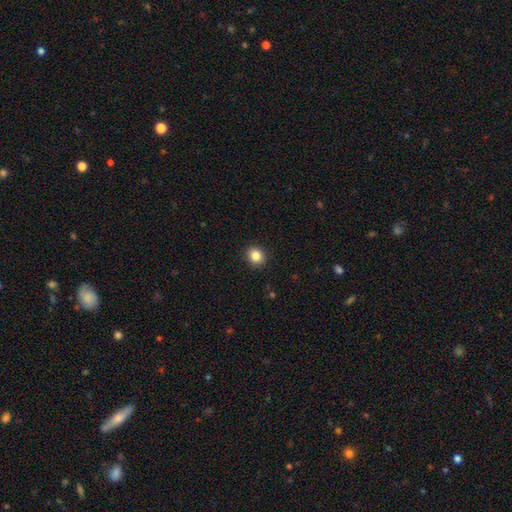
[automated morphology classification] smooth-or-featured: smooth: 84% | star or artifact: 11% | featured or disk: 5%
  how-rounded: round: 72% | in between: 27% | cigar-shaped: 1%
  merging: none: 91% | minor disturbance: 6% | major disturbance: 2% | merger: 1%